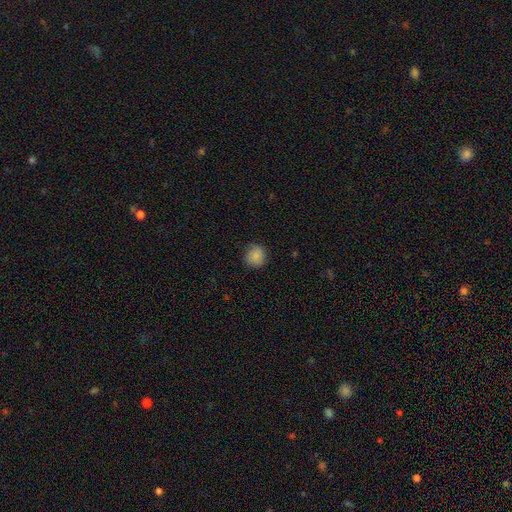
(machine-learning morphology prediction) Overall: smooth (85%). How rounded: round (88%). Merging: none (81%).